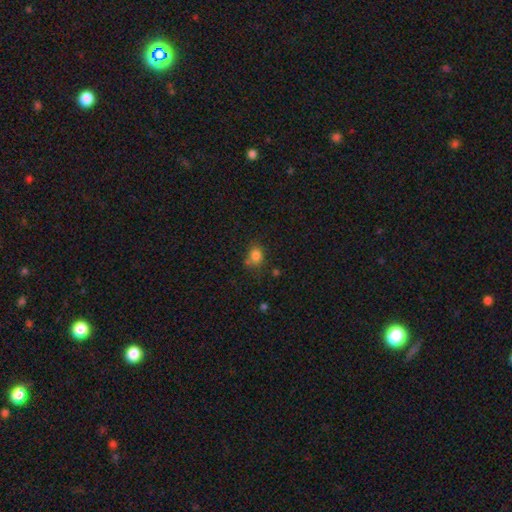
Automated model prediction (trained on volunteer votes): Overall: smooth (81%). How rounded: round (50%; in between 49%). Merging: none (63%).